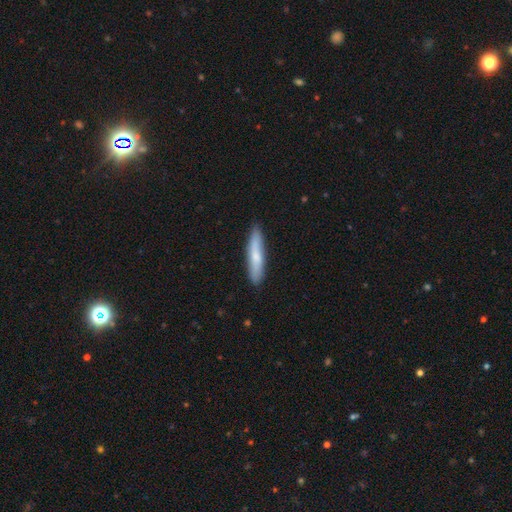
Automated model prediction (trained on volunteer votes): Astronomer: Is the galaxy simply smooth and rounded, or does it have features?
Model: smooth — 67%.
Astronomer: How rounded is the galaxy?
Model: cigar-shaped — 87%.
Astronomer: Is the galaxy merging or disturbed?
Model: none — 87%.